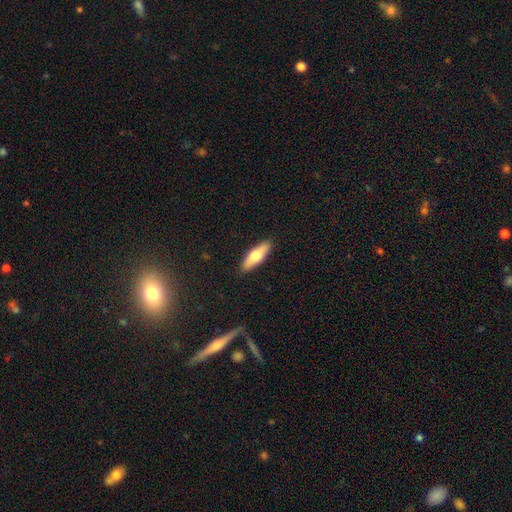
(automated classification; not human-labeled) Morphology: type=smooth (61%); roundness=cigar-shaped (53%); merging=none (90%).